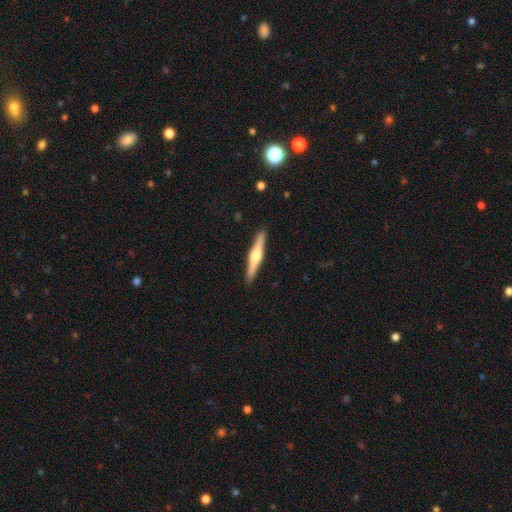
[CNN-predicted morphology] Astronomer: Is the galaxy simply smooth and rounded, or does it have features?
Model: featured or disk — 62%.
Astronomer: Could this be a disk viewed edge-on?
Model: yes — 97%.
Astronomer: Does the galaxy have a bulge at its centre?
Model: rounded — 87%.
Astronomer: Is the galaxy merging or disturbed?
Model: none — 91%.